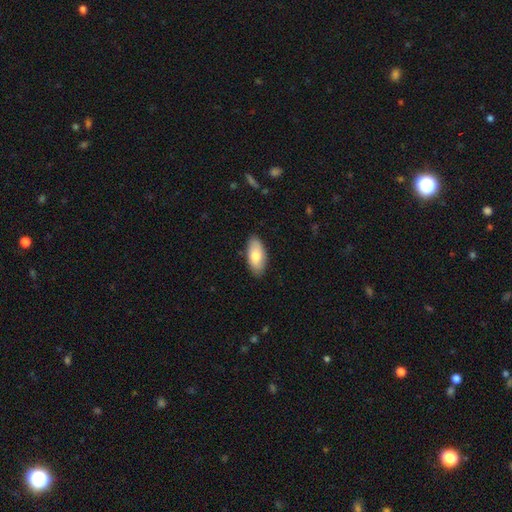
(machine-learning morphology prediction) This is likely a smooth galaxy (79%). How rounded: clearly in between (91%). Merging: clearly none (86%).